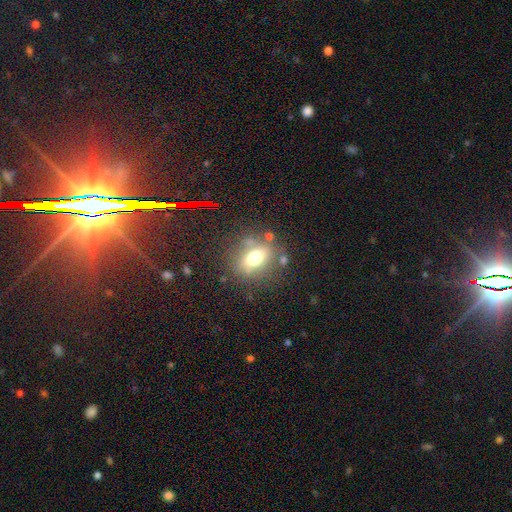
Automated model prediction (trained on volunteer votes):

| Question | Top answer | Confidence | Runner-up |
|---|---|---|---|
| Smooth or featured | smooth | 62% | featured or disk (24%) |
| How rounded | in between | 55% | round (41%) |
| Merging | none | 72% | minor disturbance (15%) |